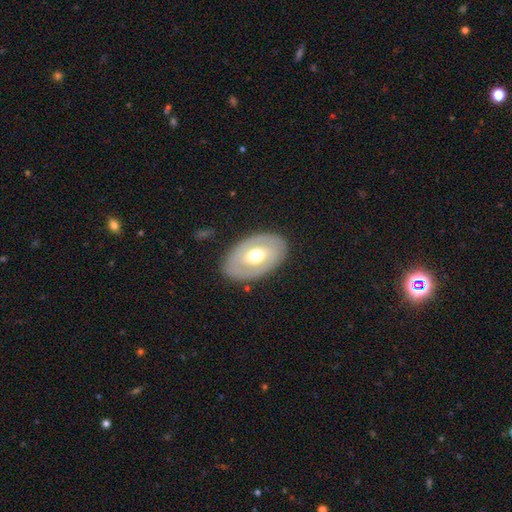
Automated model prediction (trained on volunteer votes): Morphology: type=featured or disk (57%); edge-on=no (90%); bar=no (68%); spiral arms=no (72%); bulge=moderate (70%); merging=none (83%).